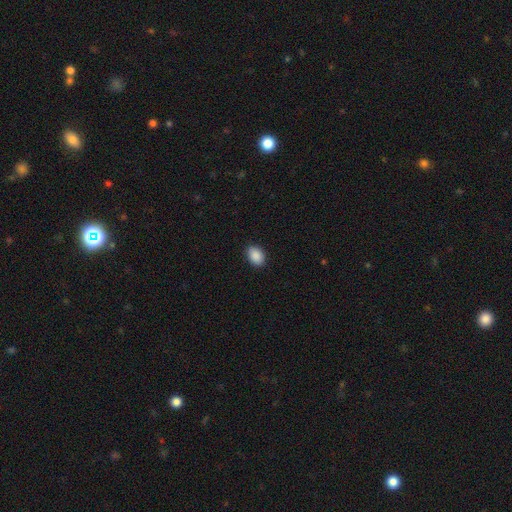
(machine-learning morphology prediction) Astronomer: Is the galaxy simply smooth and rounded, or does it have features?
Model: smooth — 90%.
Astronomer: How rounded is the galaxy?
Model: in between — 81%.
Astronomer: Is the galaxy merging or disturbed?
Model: none — 89%.